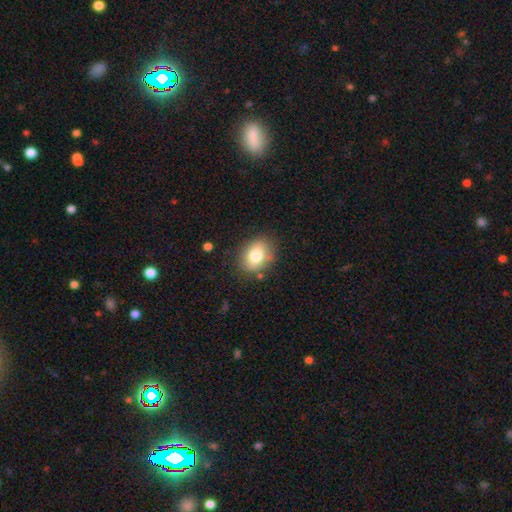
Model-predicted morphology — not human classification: smooth_or_featured: smooth (p=0.78) [alt: featured or disk p=0.13]
how_rounded: in between (p=0.61) [alt: round p=0.38]
merging: none (p=0.80) [alt: minor disturbance p=0.14]